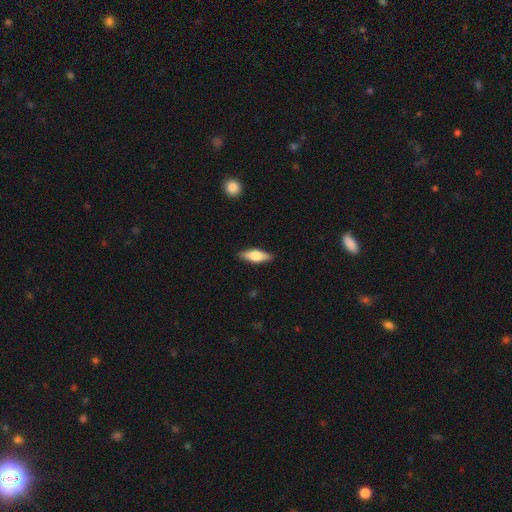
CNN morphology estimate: This is likely a smooth galaxy (65%). How rounded: likely in between (63%). Merging: clearly none (88%).